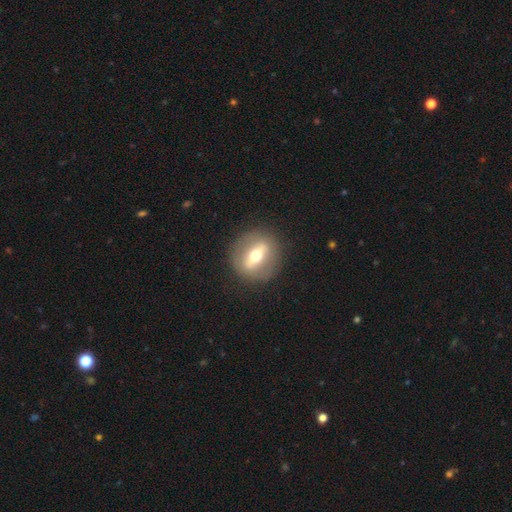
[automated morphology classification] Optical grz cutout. It shows a featured or disk galaxy (60%). Merging: none (86%).